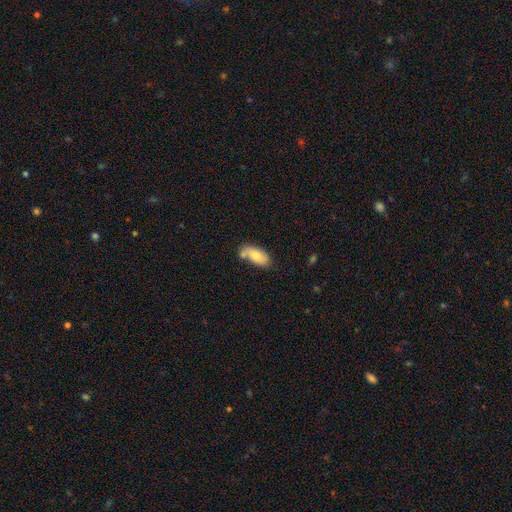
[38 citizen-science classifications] smooth 55%, featured or disk 37%, star or artifact 8%. Down the decision tree: how rounded — in between (95%); merging — none (40%).